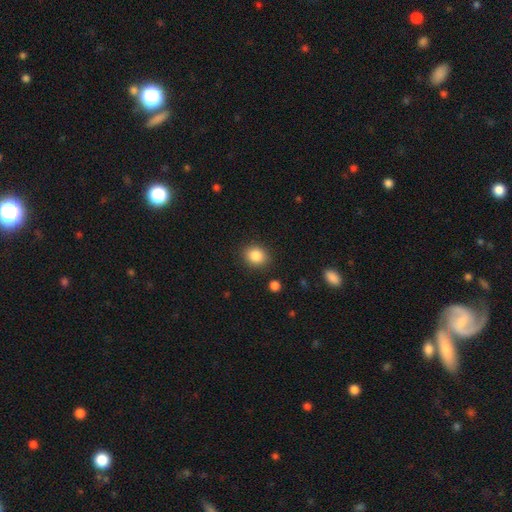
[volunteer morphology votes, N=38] Smooth or featured? 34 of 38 (89%) said smooth. How rounded? 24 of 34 (71%) said round. Merging? 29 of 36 (81%) said none.